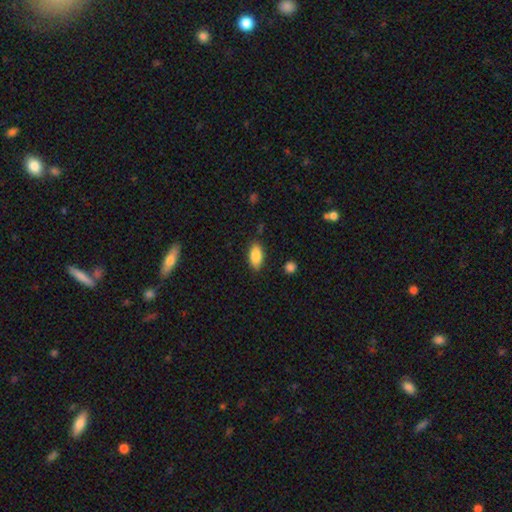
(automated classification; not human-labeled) Smooth or featured: smooth — 86% (featured or disk — 7%)
How rounded: in between — 91% (cigar-shaped — 6%)
Merging: none — 85% (minor disturbance — 11%)